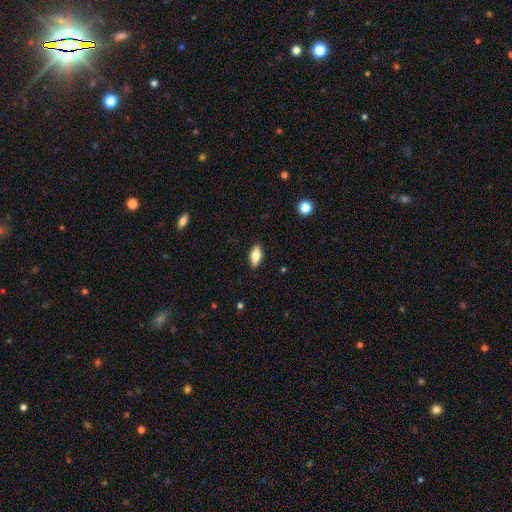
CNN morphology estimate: smooth_or_featured: smooth (p=0.72) [alt: featured or disk p=0.21]
how_rounded: in between (p=0.85) [alt: cigar-shaped p=0.11]
merging: none (p=0.88) [alt: minor disturbance p=0.09]